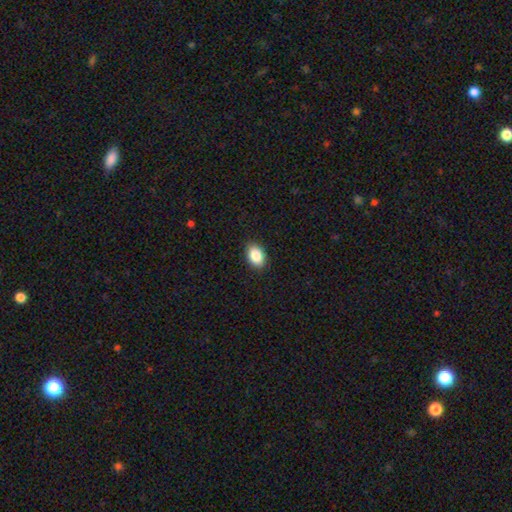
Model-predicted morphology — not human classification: A smooth galaxy with no disk features (87%) that is in between round and cigar-shaped (86%).

Vote fractions:
- Smooth or featured? smooth: 87% / star or artifact: 8% / featured or disk: 5%
- How rounded? in between: 86% / round: 13% / cigar-shaped: 1%
- Merging? none: 89% / minor disturbance: 8% / major disturbance: 2% / merger: 1%